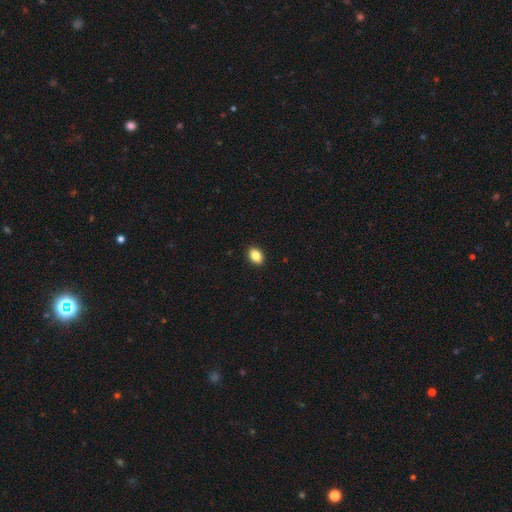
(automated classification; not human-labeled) smooth-or-featured: smooth: 86% | star or artifact: 9% | featured or disk: 5%
  how-rounded: in between: 78% | round: 21% | cigar-shaped: 1%
  merging: none: 92% | minor disturbance: 6% | major disturbance: 2% | merger: 1%